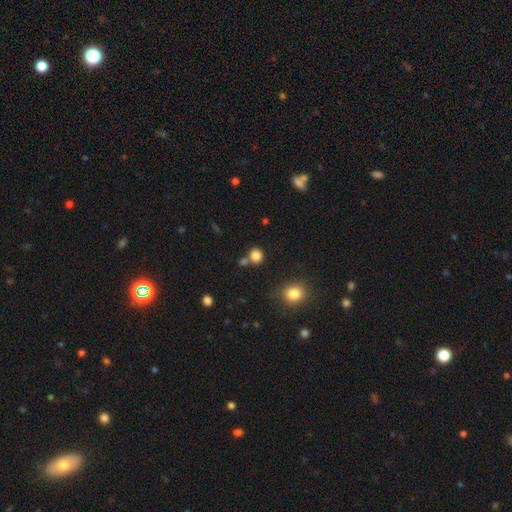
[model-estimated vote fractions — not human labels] smooth 83%, star or artifact 13%, featured or disk 5%. Down the decision tree: how rounded — round (83%); merging — none (67%).